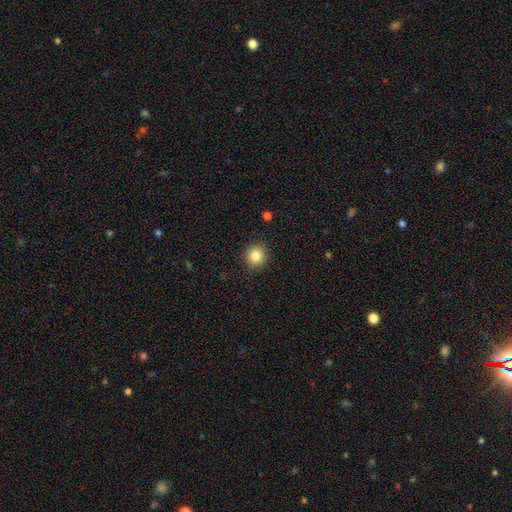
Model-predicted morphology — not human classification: This is clearly a smooth galaxy (83%). How rounded: clearly round (91%). Merging: clearly none (91%).